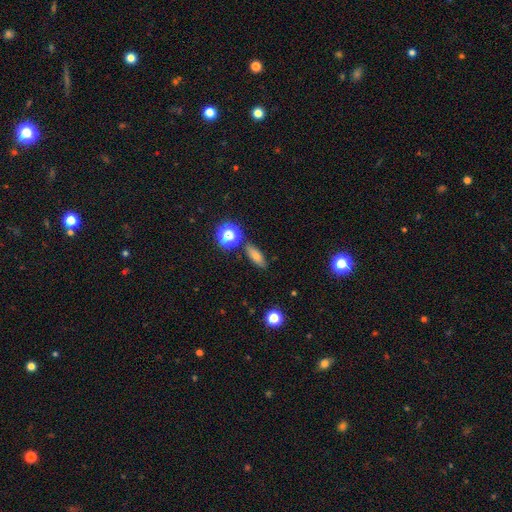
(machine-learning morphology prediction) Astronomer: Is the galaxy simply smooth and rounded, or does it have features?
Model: smooth — 62%.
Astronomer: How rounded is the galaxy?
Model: in between — 59%.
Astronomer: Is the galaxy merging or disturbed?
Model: none — 82%.